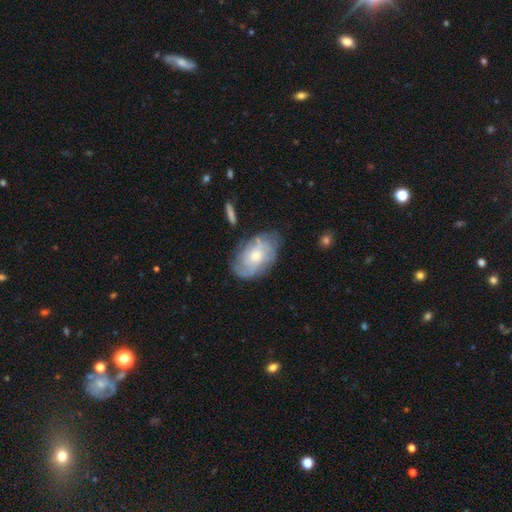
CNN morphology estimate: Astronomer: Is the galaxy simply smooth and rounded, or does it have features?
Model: featured or disk — 67%.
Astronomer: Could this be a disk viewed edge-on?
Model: no — 95%.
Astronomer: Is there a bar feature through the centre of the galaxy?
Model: no — 75%.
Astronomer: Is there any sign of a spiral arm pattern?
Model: yes — 83%.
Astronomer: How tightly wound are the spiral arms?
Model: tight — 54% (runner-up: medium, 32%).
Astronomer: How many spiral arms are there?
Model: can't tell — 51%.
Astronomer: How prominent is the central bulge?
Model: moderate — 49% (runner-up: small, 43%).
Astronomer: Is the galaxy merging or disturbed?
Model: none — 66%.